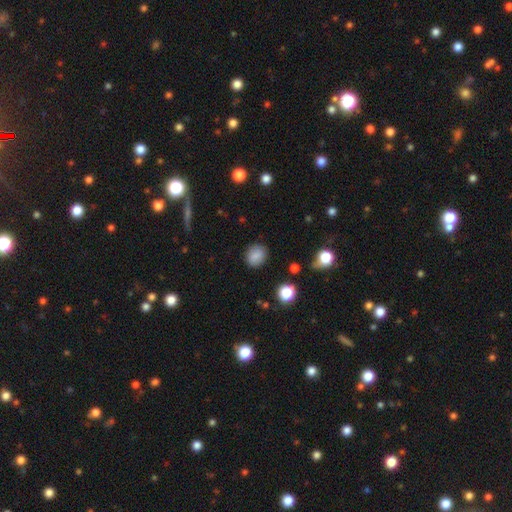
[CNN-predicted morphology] This appears to be a smooth galaxy with no disk features (84%) that is round (68%). Merging: none (85%).